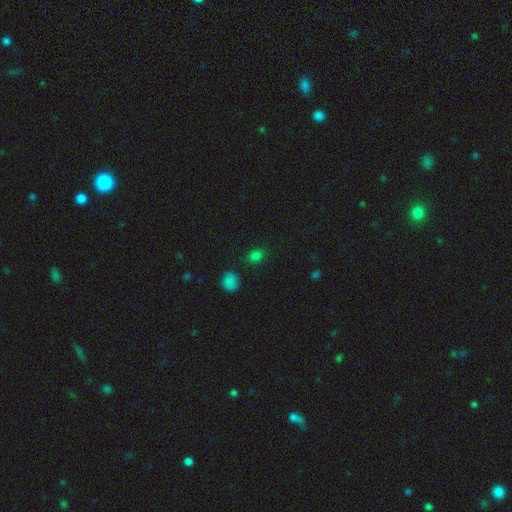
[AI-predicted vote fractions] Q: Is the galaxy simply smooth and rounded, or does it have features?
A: smooth — 77%.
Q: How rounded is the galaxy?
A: in between — 68%.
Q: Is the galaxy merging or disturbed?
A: none — 83%.